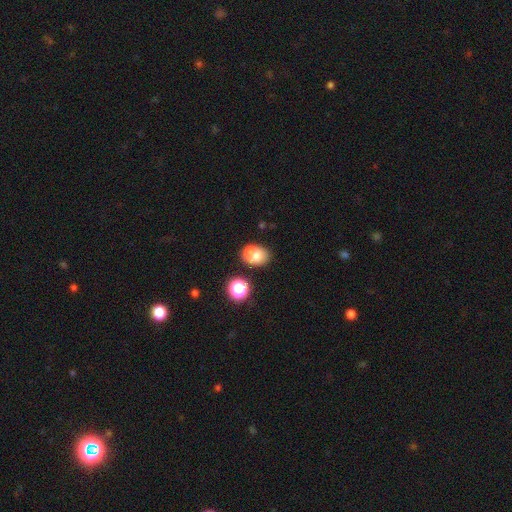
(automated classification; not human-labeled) This appears to be a smooth galaxy with no disk features (68%) that is in between round and cigar-shaped (57%). Merging: none (42%, tied with merger).